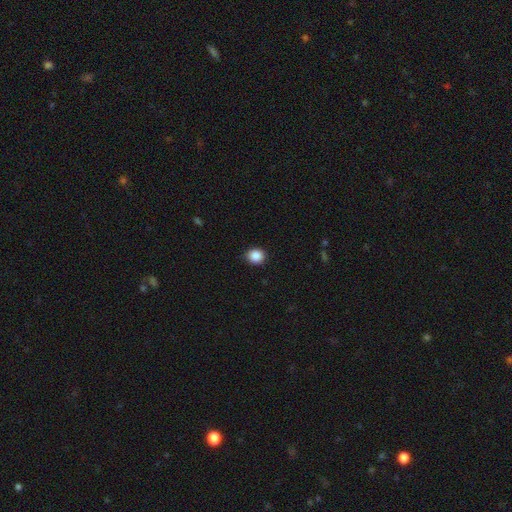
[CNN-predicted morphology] Smooth or featured? smooth (88%)
How rounded? round (75%)
Merging? none (89%)